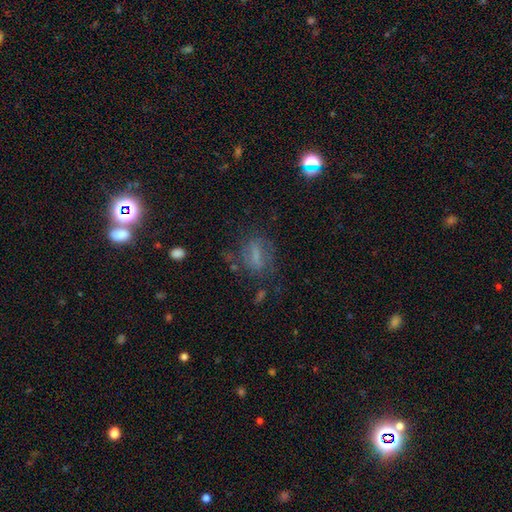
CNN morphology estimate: This is marginally a smooth galaxy (42%). Merging: possibly none (56%).